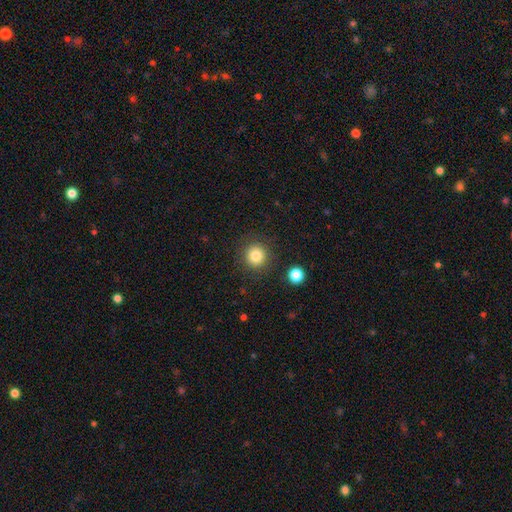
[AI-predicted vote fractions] Smooth or featured: smooth — 82% (star or artifact — 11%)
How rounded: round — 93% (in between — 6%)
Merging: none — 88% (minor disturbance — 7%)